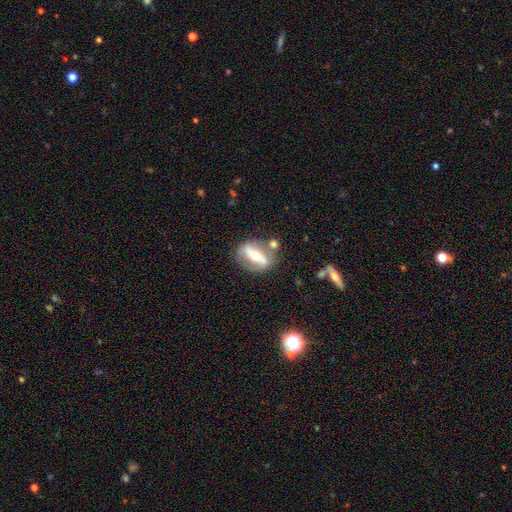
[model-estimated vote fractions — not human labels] Smooth or featured: featured or disk — 74% (smooth — 20%)
Edge-on disk: no — 86% (yes — 14%)
Bar: strong — 64% (weak — 18%)
Spiral arms: yes — 61% (no — 39%)
Bulge size: moderate — 67% (small — 26%)
Merging: none — 71% (minor disturbance — 15%)